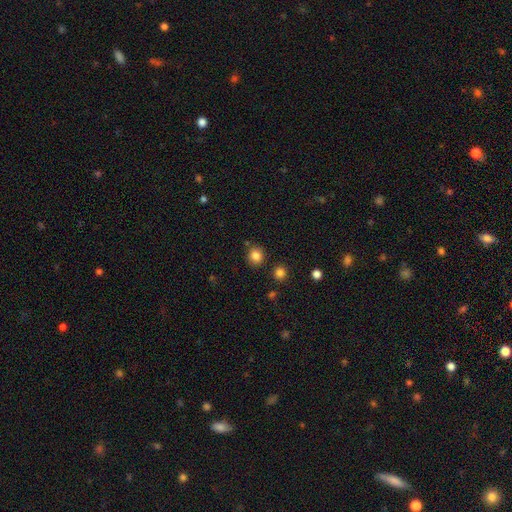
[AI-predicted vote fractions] This is clearly a smooth galaxy (84%). How rounded: clearly round (85%). Merging: clearly none (84%).